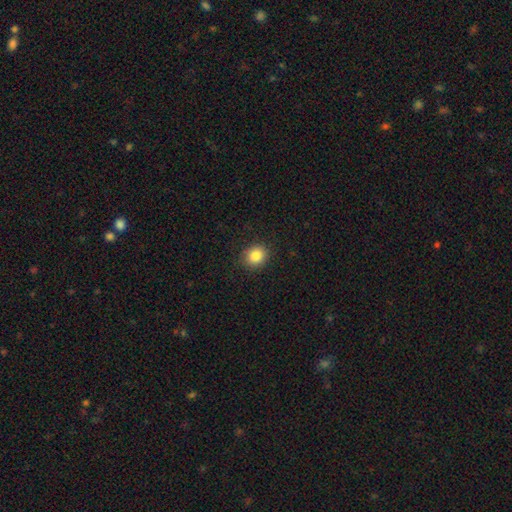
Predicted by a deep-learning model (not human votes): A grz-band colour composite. It shows a smooth galaxy with no disk features (85%) that is round (73%). Merging: none (89%).